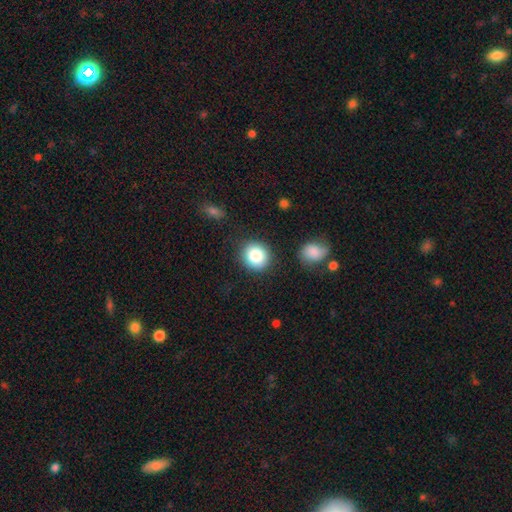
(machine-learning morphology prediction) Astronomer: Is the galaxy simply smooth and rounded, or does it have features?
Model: smooth — 84%.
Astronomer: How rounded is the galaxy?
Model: round — 85%.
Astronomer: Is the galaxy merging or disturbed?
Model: none — 86%.